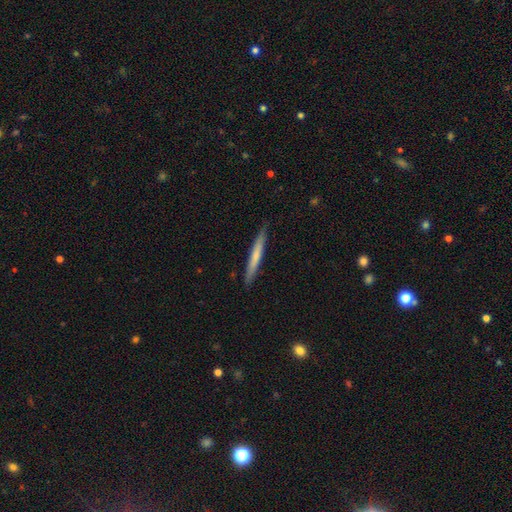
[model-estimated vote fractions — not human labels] smooth_or_featured: smooth (p=0.61) [alt: featured or disk p=0.34]
how_rounded: cigar-shaped (p=0.96) [alt: in between p=0.02]
merging: none (p=0.89) [alt: minor disturbance p=0.08]